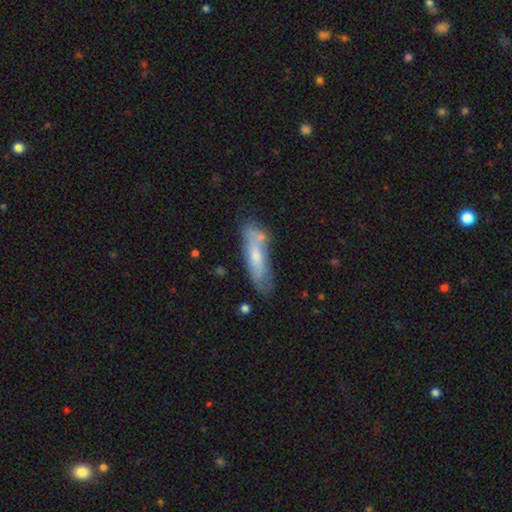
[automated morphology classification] Smooth or featured? smooth (57%)
How rounded? cigar-shaped (63%)
Merging? none (64%)